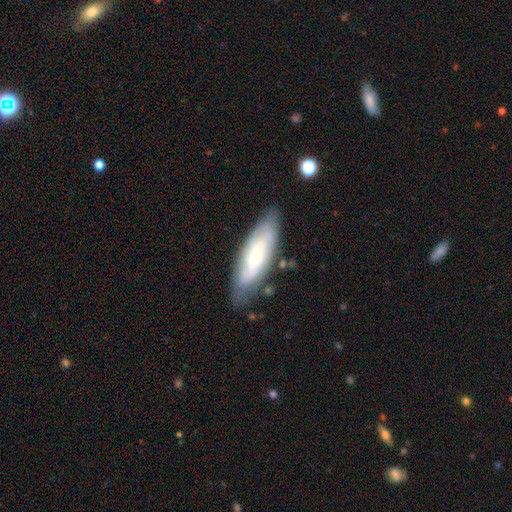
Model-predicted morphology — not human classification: Smooth or featured?
  - featured or disk: 48% *
  - smooth: 45%
  - star or artifact: 7%
Merging?
  - none: 74% *
  - minor disturbance: 19%
  - major disturbance: 4%
  - merger: 2%